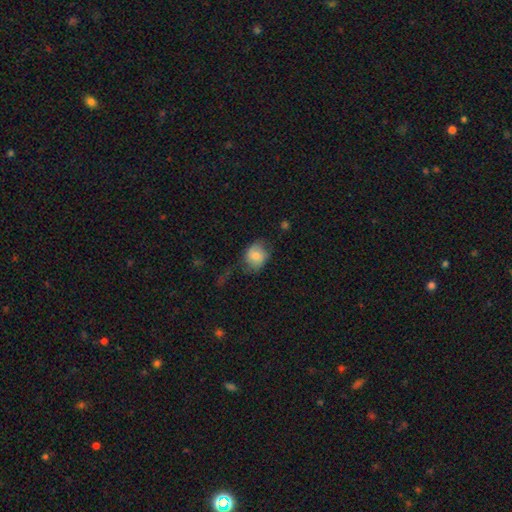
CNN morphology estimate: Smooth or featured? Predicted: smooth (p=0.74). How rounded? Predicted: round (p=0.59). Merging? Predicted: none (p=0.54).